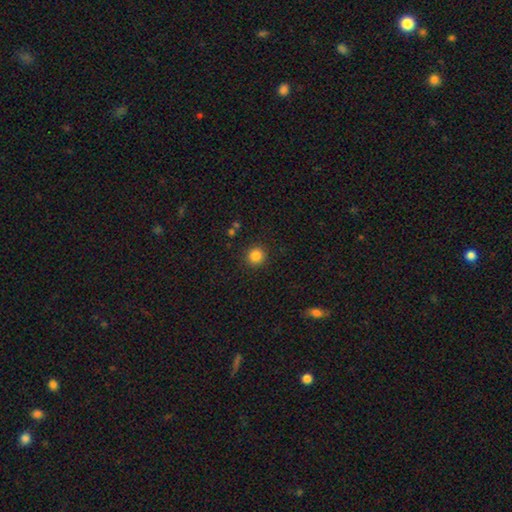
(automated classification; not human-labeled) This is clearly a smooth galaxy (85%). How rounded: clearly round (93%). Merging: clearly none (91%).